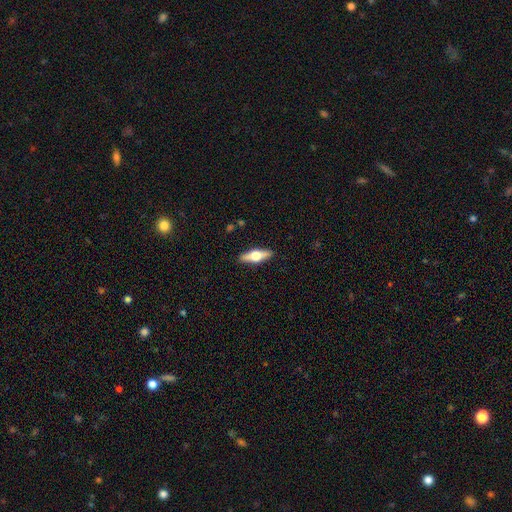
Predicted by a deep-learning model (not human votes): Smooth or featured: featured or disk — 55% (smooth — 39%)
Edge-on disk: yes — 93% (no — 7%)
Edge-on bulge: rounded — 95% (boxy — 3%)
Merging: none — 90% (minor disturbance — 8%)